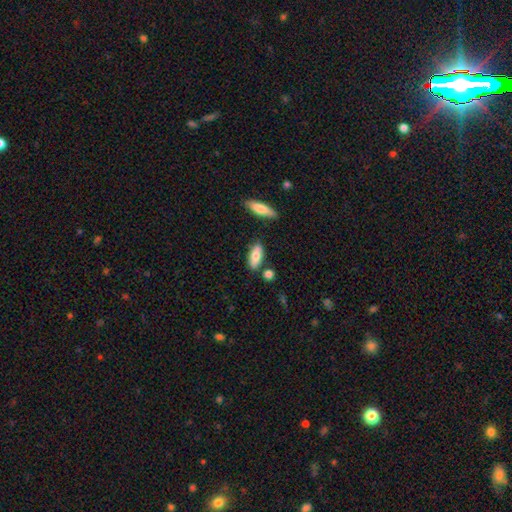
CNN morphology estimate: Smooth or featured?
  - smooth: 74% *
  - featured or disk: 19%
  - star or artifact: 7%
How rounded?
  - in between: 73% *
  - cigar-shaped: 24%
  - round: 3%
Merging?
  - none: 77% *
  - minor disturbance: 13%
  - merger: 7%
  - major disturbance: 3%